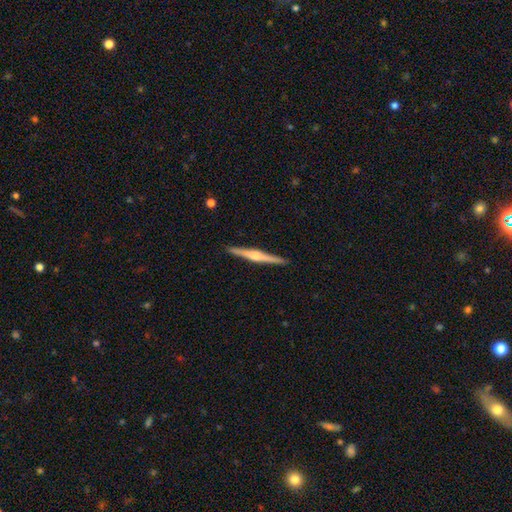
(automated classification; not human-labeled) This is likely a featured or disk galaxy (75%). It is clearly viewed edge-on (99%). Edge-on bulge: clearly rounded (80%). Merging: clearly none (92%).